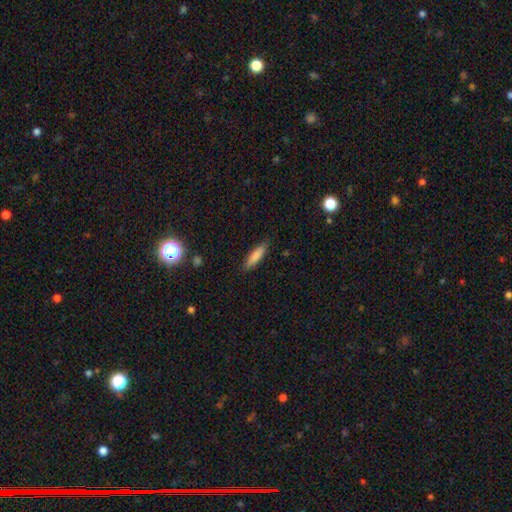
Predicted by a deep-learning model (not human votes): Smooth or featured?
  - smooth: 81% *
  - featured or disk: 12%
  - star or artifact: 7%
How rounded?
  - cigar-shaped: 74% *
  - in between: 25%
  - round: 1%
Merging?
  - none: 87% *
  - minor disturbance: 10%
  - major disturbance: 2%
  - merger: 1%